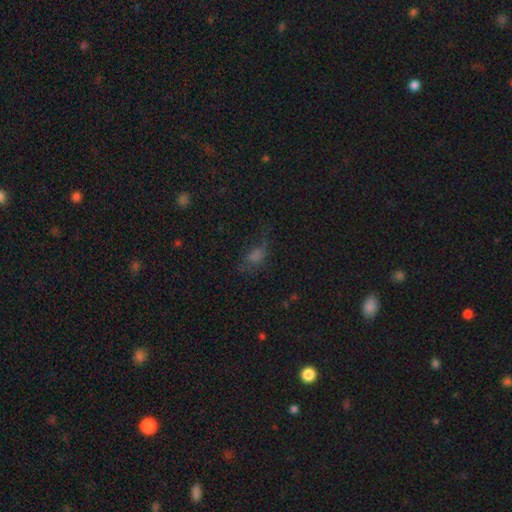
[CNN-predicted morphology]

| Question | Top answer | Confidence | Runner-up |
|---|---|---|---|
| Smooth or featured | smooth | 47% | star or artifact (30%) |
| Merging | none | 45% | major disturbance (28%) |